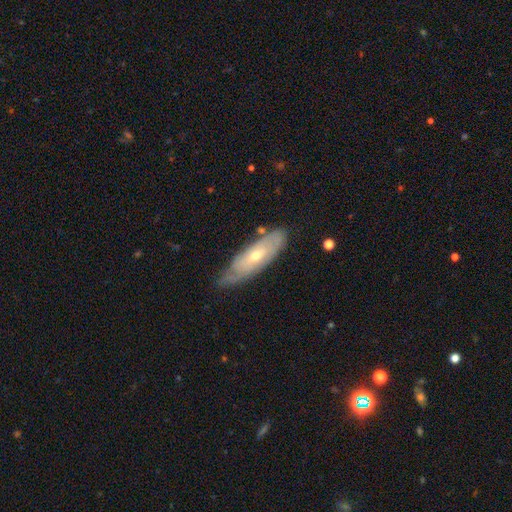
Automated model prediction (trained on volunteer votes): A featured or disk galaxy (64%).

Vote fractions:
- Smooth or featured? featured or disk: 64% / smooth: 30% / star or artifact: 6%
- Edge-on disk? no: 75% / yes: 25%
- Merging? none: 67% / minor disturbance: 24% / major disturbance: 6% / merger: 3%